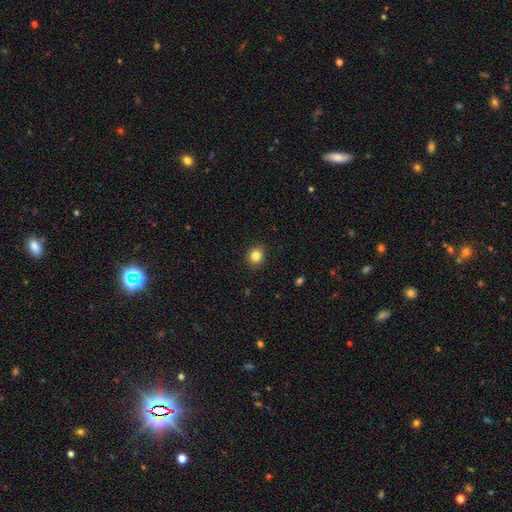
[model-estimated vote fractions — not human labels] This is clearly a smooth galaxy (83%). How rounded: clearly round (83%). Merging: clearly none (91%).